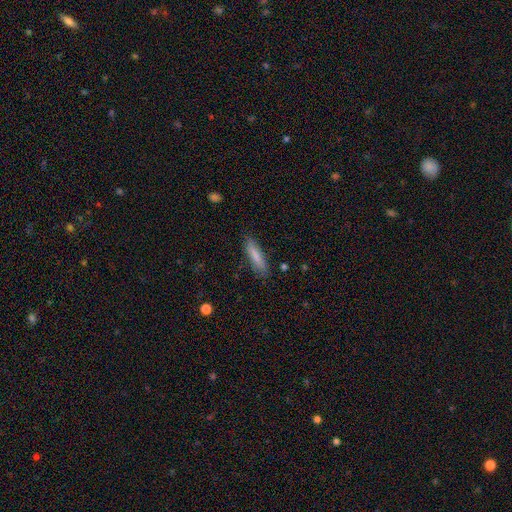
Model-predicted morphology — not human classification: Smooth or featured? smooth (80%)
How rounded? cigar-shaped (74%)
Merging? none (83%)